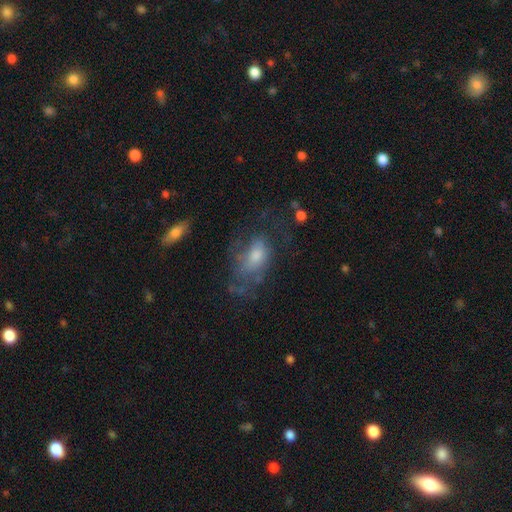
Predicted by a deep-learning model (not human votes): Smooth or featured? featured or disk (48%)
Merging? none (45%)